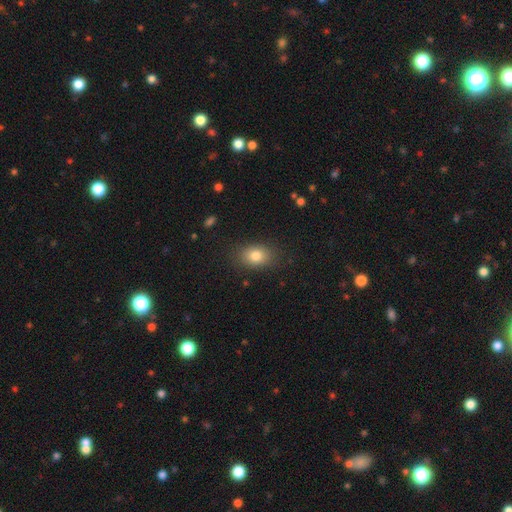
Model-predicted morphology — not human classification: smooth 81%, star or artifact 10%, featured or disk 10%. Down the decision tree: how rounded — in between (74%); merging — none (84%).